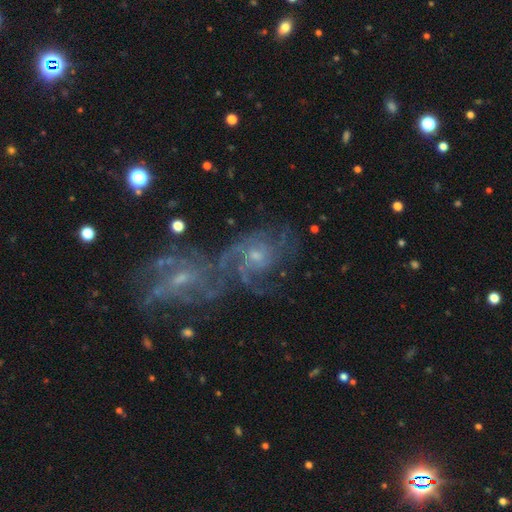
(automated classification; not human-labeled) Smooth or featured?
  - featured or disk: 78% *
  - smooth: 11%
  - star or artifact: 10%
Edge-on disk?
  - no: 97% *
  - yes: 3%
Bar?
  - no: 65% *
  - weak: 29%
  - strong: 6%
Spiral arms?
  - yes: 89% *
  - no: 11%
Spiral winding?
  - tight: 44% *
  - medium: 40%
  - loose: 16%
Spiral arm count?
  - can't tell: 36% *
  - 3: 24%
  - 4: 14%
  - 2: 12%
  - more than 4: 8%
  - 1: 7%
Bulge size?
  - small: 53% *
  - moderate: 37%
  - none: 6%
  - large: 3%
  - dominant: 1%
Merging?
  - merger: 50% *
  - none: 26%
  - major disturbance: 14%
  - minor disturbance: 10%